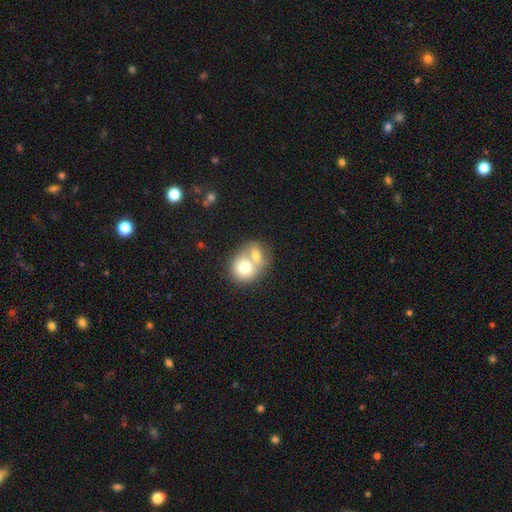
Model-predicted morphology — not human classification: A smooth galaxy with no disk features (69%) that is round (63%). Merging: merger (71%).